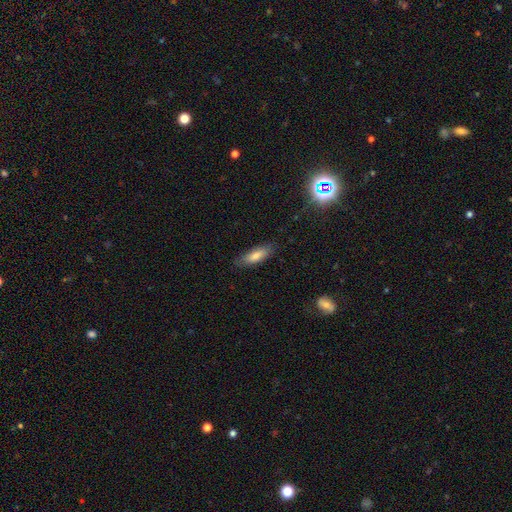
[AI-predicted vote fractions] Q: Smooth or featured?
A: smooth (77%); runner-up: featured or disk (16%)
Q: How rounded?
A: cigar-shaped (51%); runner-up: in between (48%)
Q: Merging?
A: none (83%); runner-up: minor disturbance (13%)